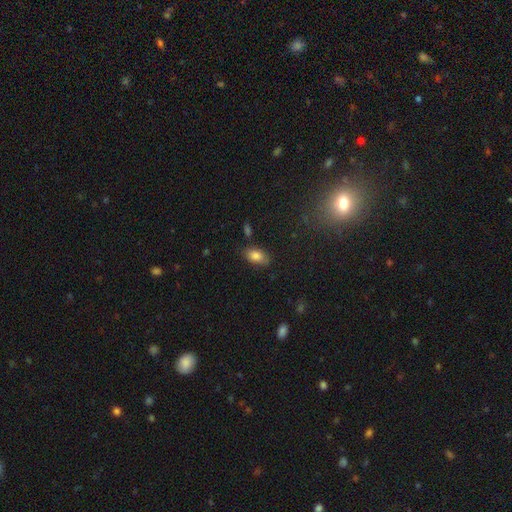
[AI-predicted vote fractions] This appears to be a smooth galaxy with no disk features (84%) that is in between round and cigar-shaped (91%). Merging: none (78%).